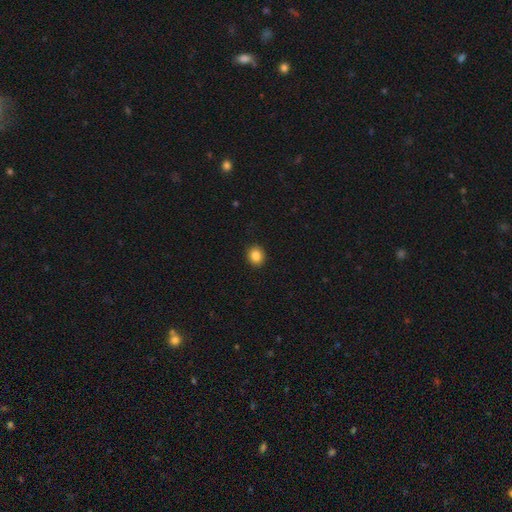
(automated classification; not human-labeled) Smooth or featured: smooth — 86% (star or artifact — 10%)
How rounded: round — 74% (in between — 25%)
Merging: none — 91% (minor disturbance — 6%)